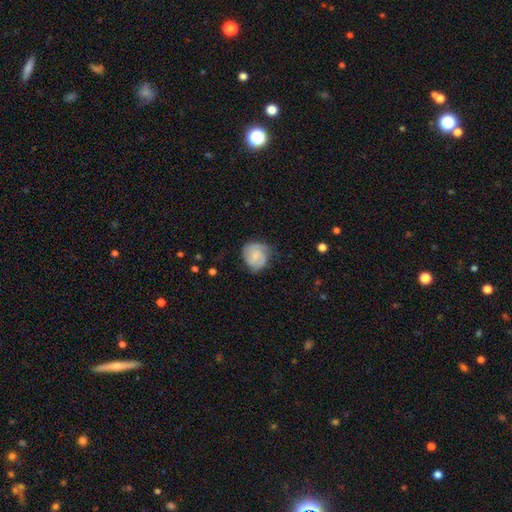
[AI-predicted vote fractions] Morphology: type=featured or disk (49%); merging=none (58%).